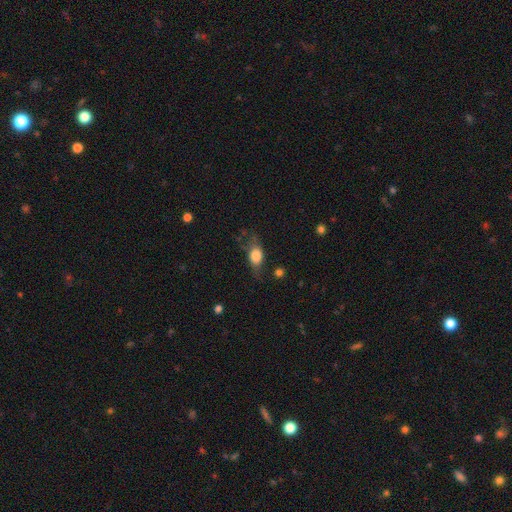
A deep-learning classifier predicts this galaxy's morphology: This is likely a smooth galaxy (72%). How rounded: likely in between (70%). Merging: possibly none (57%).